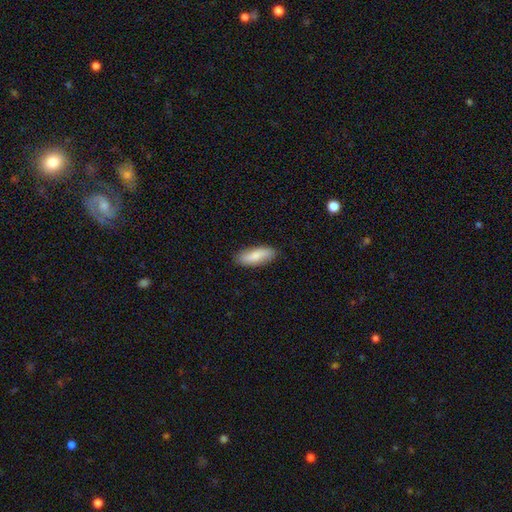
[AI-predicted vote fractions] Smooth or featured? smooth (80%)
How rounded? in between (66%)
Merging? none (86%)